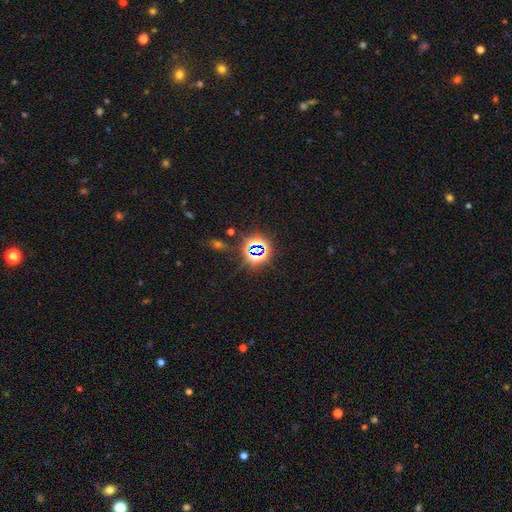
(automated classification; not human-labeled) Morphology: type=star or artifact (74%).